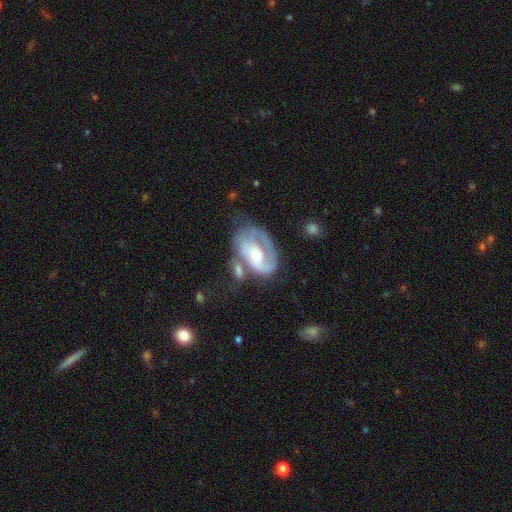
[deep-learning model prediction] smooth_or_featured: featured or disk (p=0.76) [alt: smooth p=0.19]
disk_edge_on: no (p=0.97) [alt: yes p=0.03]
bar: no (p=0.51) [alt: weak p=0.37]
has_spiral_arms: yes (p=0.82) [alt: no p=0.18]
spiral_winding: tight (p=0.47) [alt: medium p=0.36]
spiral_arm_count: 1 (p=0.47) [alt: 2 p=0.32]
bulge_size: moderate (p=0.58) [alt: small p=0.19]
merging: none (p=0.37) [alt: major disturbance p=0.25]